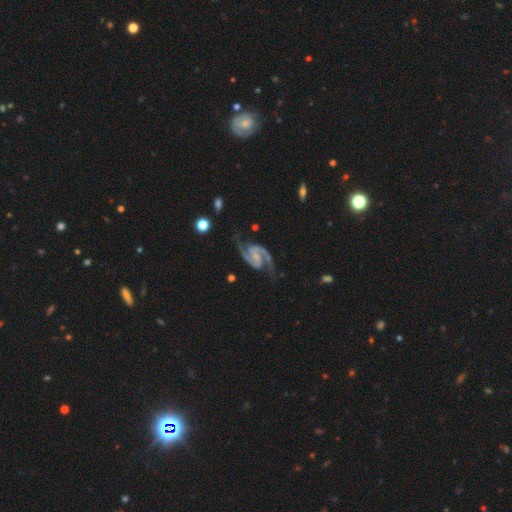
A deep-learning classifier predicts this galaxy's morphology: Smooth or featured? featured or disk (94%)
Edge-on disk? no (98%)
Bar? weak (45%)
Spiral arms? yes (99%)
Spiral winding? medium (63%)
Spiral arm count? 2 (94%)
Bulge size? small (48%)
Merging? none (76%)